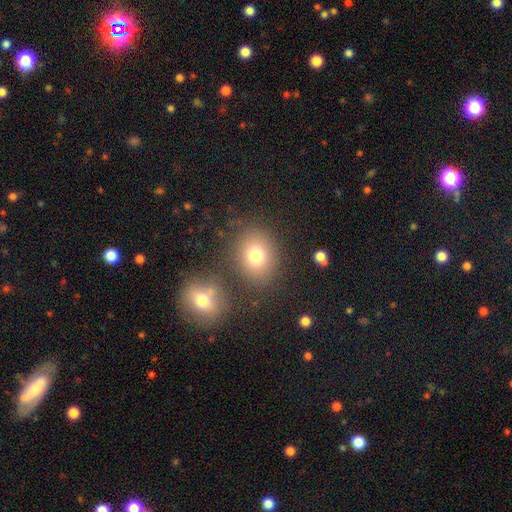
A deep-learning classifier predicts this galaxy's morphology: Smooth or featured? Predicted: smooth (p=0.77). How rounded? Predicted: round (p=0.58). Merging? Predicted: none (p=0.76).